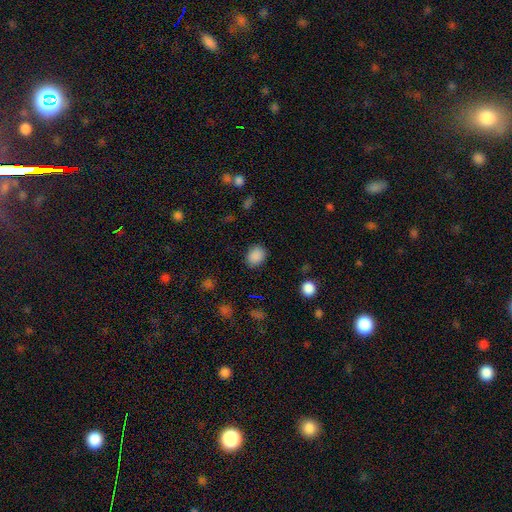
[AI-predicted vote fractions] This is clearly a smooth galaxy (87%). How rounded: possibly round (54%). Merging: clearly none (85%).